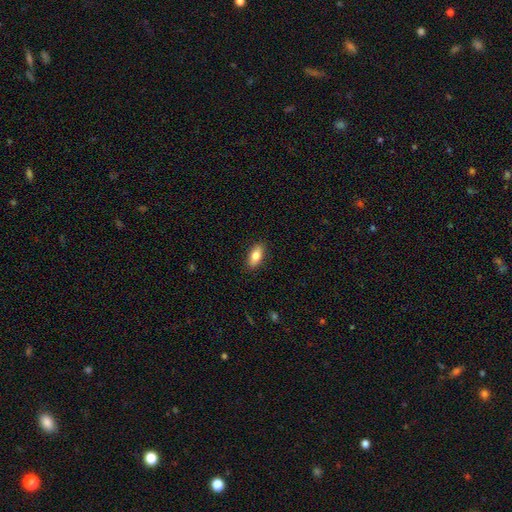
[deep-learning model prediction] Overall: smooth (80%). How rounded: in between (85%). Merging: none (89%).